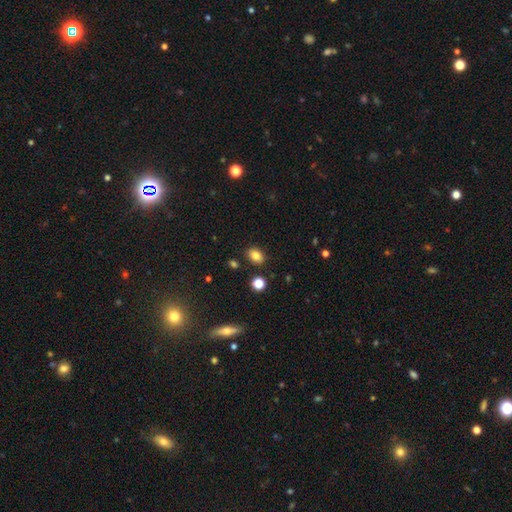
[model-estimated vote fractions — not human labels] Smooth or featured?
  - smooth: 82% *
  - star or artifact: 11%
  - featured or disk: 7%
How rounded?
  - in between: 72% *
  - round: 26%
  - cigar-shaped: 1%
Merging?
  - none: 85% *
  - minor disturbance: 9%
  - merger: 3%
  - major disturbance: 2%